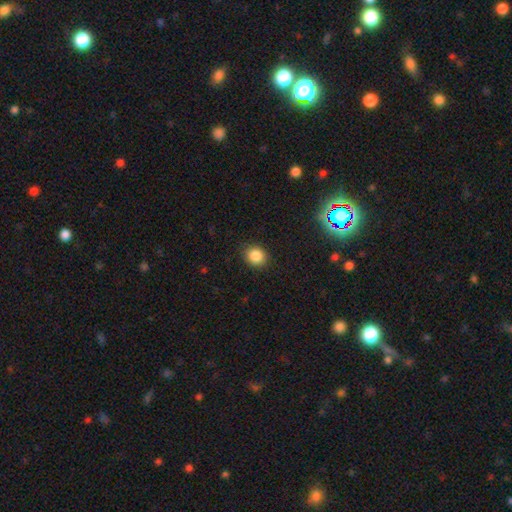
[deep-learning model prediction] smooth 85%, star or artifact 11%, featured or disk 4%. Down the decision tree: how rounded — round (68%); merging — none (87%).